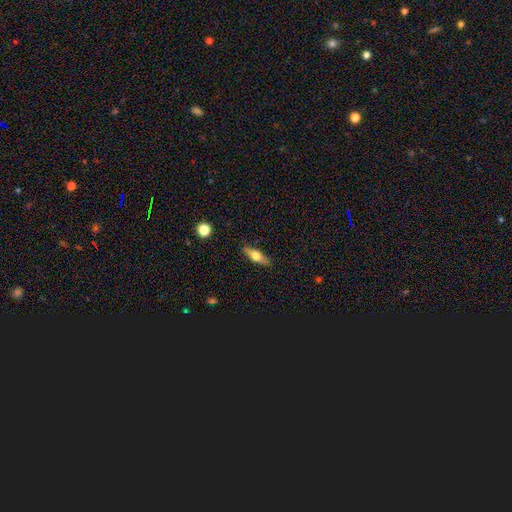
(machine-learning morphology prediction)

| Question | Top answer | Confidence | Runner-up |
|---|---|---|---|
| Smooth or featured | smooth | 53% | featured or disk (41%) |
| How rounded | cigar-shaped | 48% | tied: in between (48%) |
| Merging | none | 87% | minor disturbance (9%) |